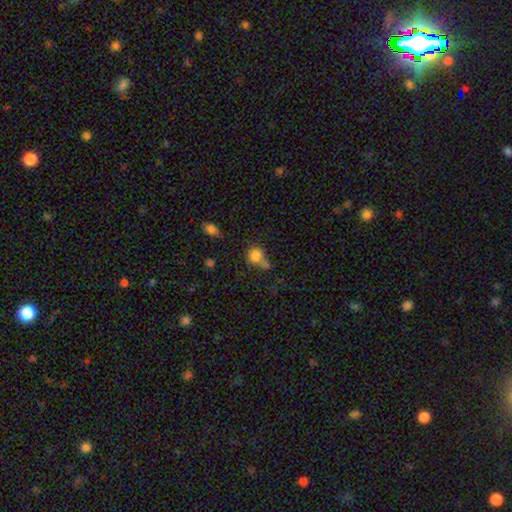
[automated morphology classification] Smooth or featured? Predicted: smooth (p=0.82). How rounded? Predicted: round (p=0.82). Merging? Predicted: none (p=0.47).